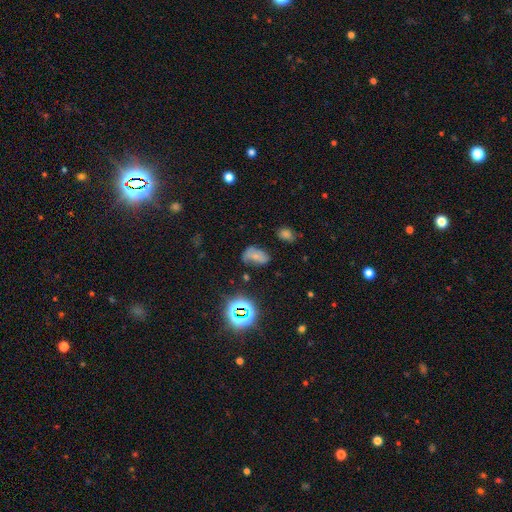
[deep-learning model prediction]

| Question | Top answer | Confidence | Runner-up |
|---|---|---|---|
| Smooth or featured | smooth | 52% | featured or disk (25%) |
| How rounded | in between | 86% | round (12%) |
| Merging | none | 51% | minor disturbance (31%) |